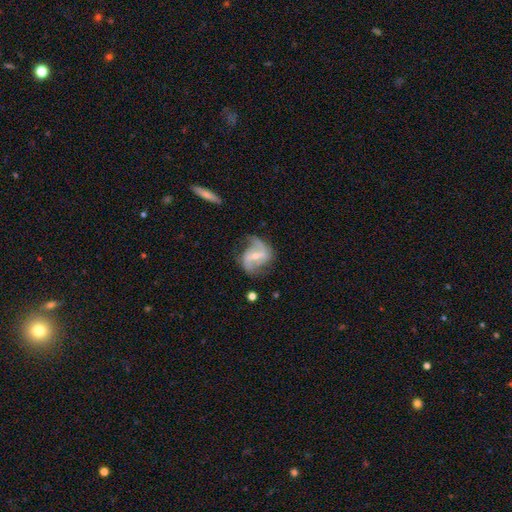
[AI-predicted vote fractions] This appears to be a featured or disk galaxy (81%) with a strong bar (46%), 2 (83%) loose (49%) spiral arms (89%) and a small central bulge (55%). Merging: none (57%).